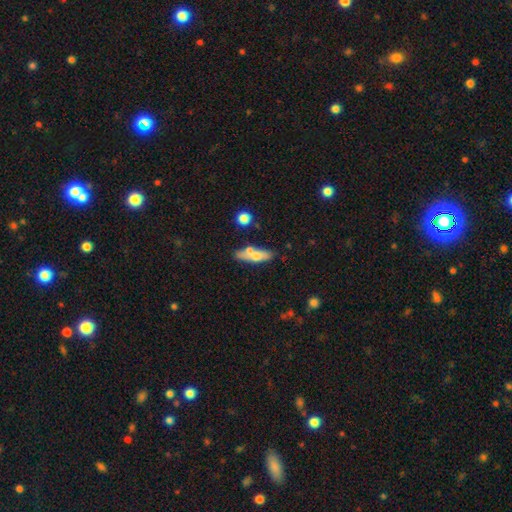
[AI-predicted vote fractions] Overall: smooth (58%; featured or disk 35%). How rounded: cigar-shaped (52%; in between 45%). Merging: none (61%).